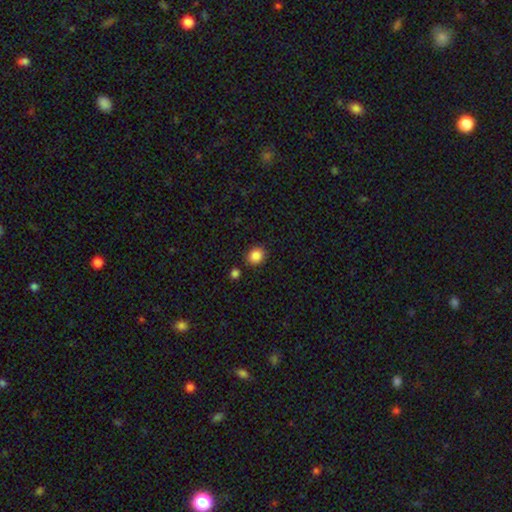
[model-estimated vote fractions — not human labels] Morphology: type=smooth (87%); roundness=round (69%); merging=none (84%).